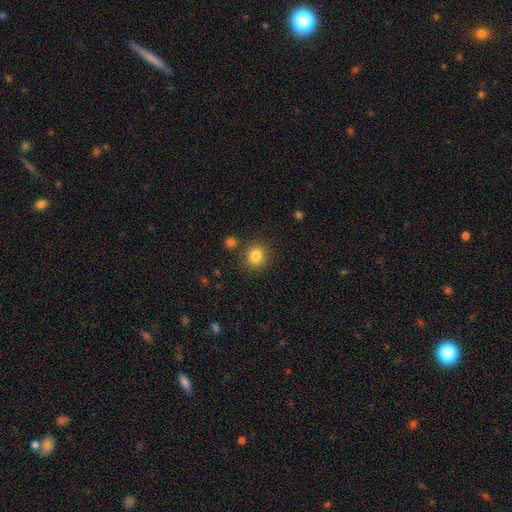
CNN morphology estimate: This is clearly a smooth galaxy (83%). How rounded: clearly round (83%). Merging: clearly none (84%).